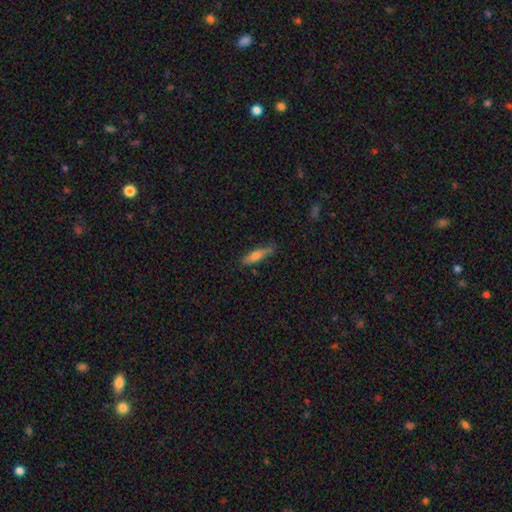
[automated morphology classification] smooth_or_featured: smooth (p=0.56) [alt: featured or disk p=0.37]
how_rounded: cigar-shaped (p=0.81) [alt: in between p=0.17]
merging: none (p=0.80) [alt: minor disturbance p=0.16]